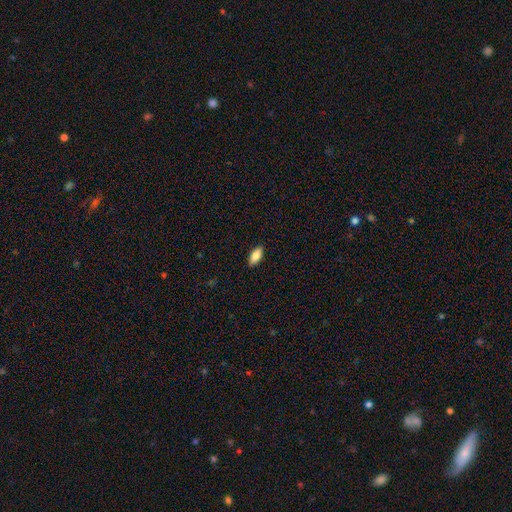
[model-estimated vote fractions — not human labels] Smooth or featured?
  - smooth: 85% *
  - featured or disk: 9%
  - star or artifact: 7%
How rounded?
  - in between: 85% *
  - cigar-shaped: 13%
  - round: 2%
Merging?
  - none: 89% *
  - minor disturbance: 9%
  - major disturbance: 2%
  - merger: 1%